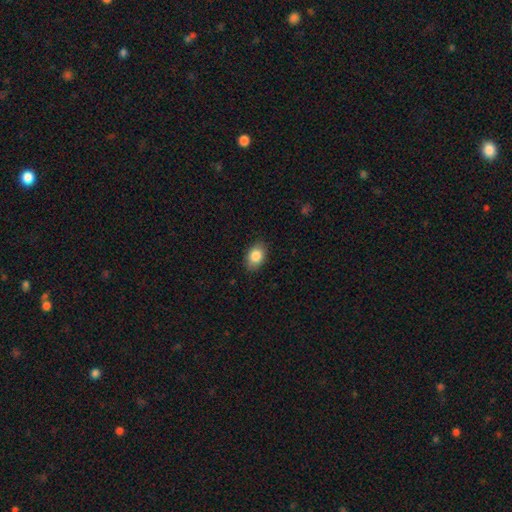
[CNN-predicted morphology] The model was most divided on "how rounded": in between: 83%, round: 16%, cigar-shaped: 1%. More confident: smooth or featured — smooth (86%); merging — none (85%).